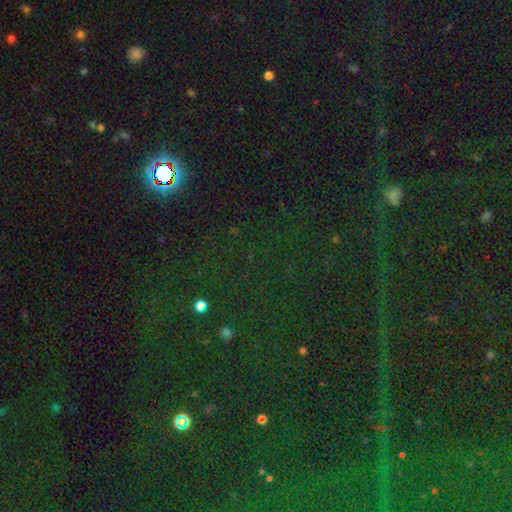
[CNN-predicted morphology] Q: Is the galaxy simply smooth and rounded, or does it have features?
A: star or artifact — 83%.